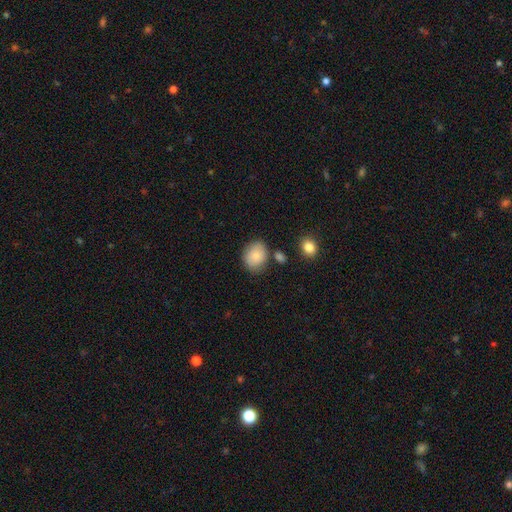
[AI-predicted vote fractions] smooth-or-featured: smooth: 80% | featured or disk: 12% | star or artifact: 8%
  how-rounded: in between: 51% | round: 48% | cigar-shaped: 1%
  merging: none: 72% | minor disturbance: 17% | merger: 7% | major disturbance: 4%